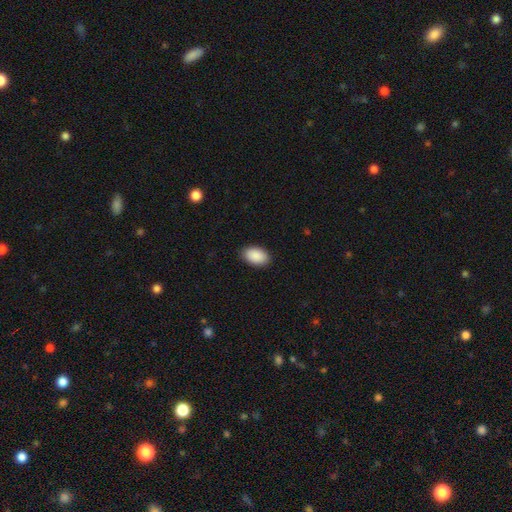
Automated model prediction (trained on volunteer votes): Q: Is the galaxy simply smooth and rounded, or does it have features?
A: smooth — 91%.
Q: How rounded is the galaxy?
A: in between — 92%.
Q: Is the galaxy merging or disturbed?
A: none — 89%.